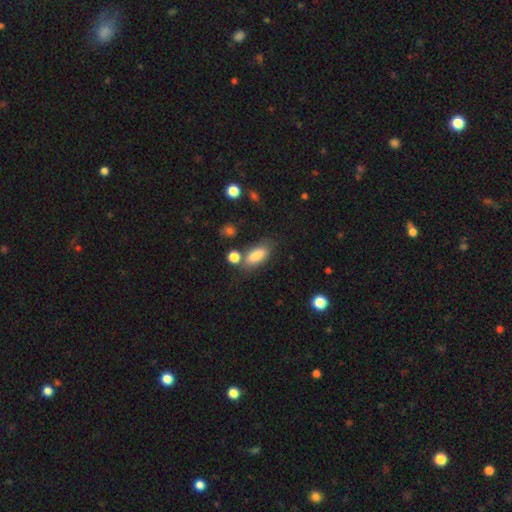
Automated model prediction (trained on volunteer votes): Smooth or featured: smooth — 83% (featured or disk — 8%)
How rounded: in between — 81% (cigar-shaped — 15%)
Merging: none — 68% (minor disturbance — 16%)